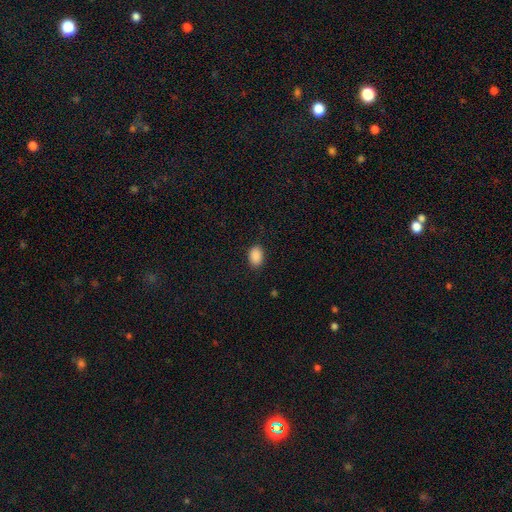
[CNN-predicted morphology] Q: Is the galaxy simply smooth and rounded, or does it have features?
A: smooth — 89%.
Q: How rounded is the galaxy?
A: in between — 84%.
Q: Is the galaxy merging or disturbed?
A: none — 88%.